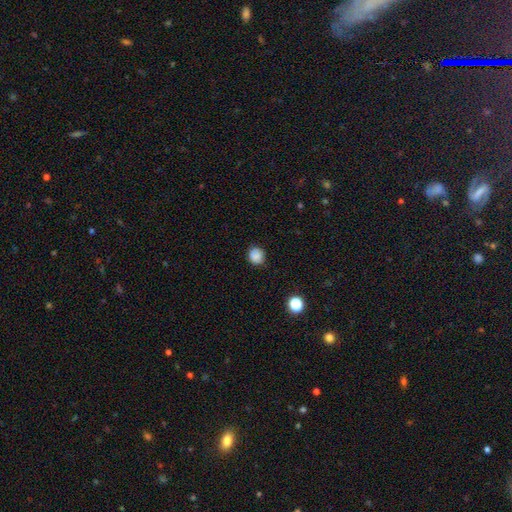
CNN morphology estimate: smooth 84%, star or artifact 11%, featured or disk 5%. Down the decision tree: how rounded — round (79%); merging — none (82%).